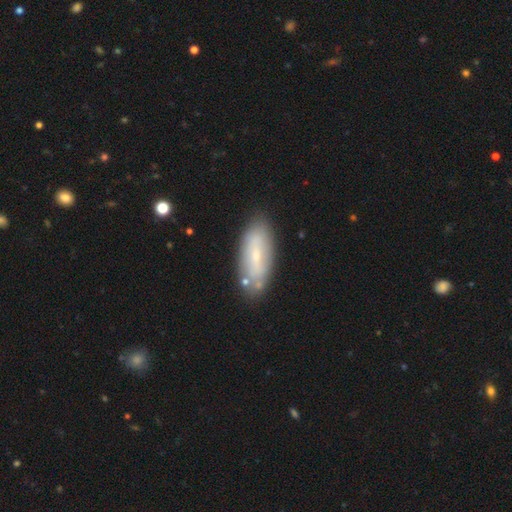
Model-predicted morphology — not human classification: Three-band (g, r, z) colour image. It shows a smooth galaxy with no disk features (51%) that is in between round and cigar-shaped (74%). Merging: none (76%).